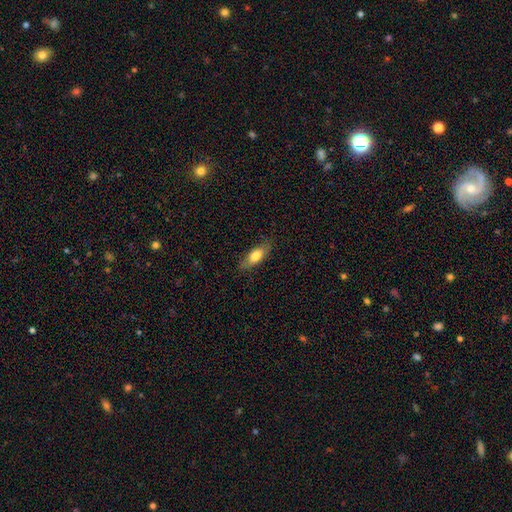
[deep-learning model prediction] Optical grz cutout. It shows a smooth galaxy with no disk features (73%) that is in between round and cigar-shaped (72%). Merging: none (82%).